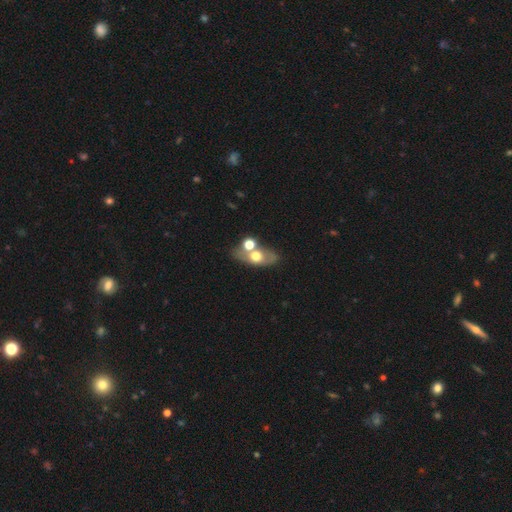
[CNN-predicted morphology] This appears to be a smooth galaxy with no disk features (52%) that is in between round and cigar-shaped (71%). Merging: none (53%).